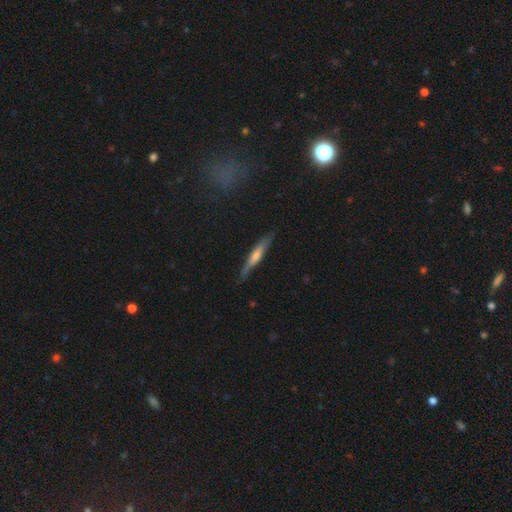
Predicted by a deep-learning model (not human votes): This appears to be a featured or disk galaxy (56%) viewed edge-on (93%) with a rounded central bulge (63%). Merging: none (82%).